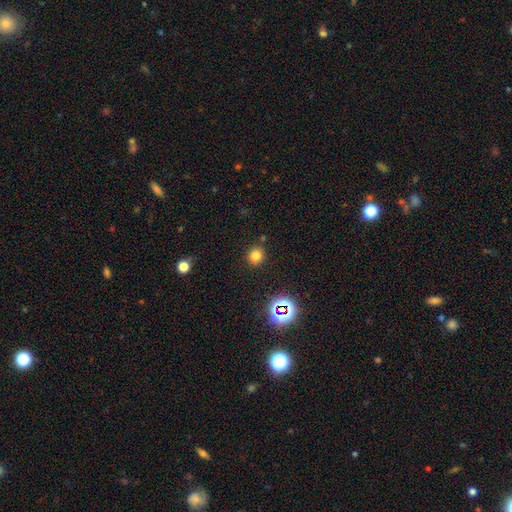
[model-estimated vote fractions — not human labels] This is likely a smooth galaxy (75%). How rounded: clearly round (89%). Merging: clearly none (85%).